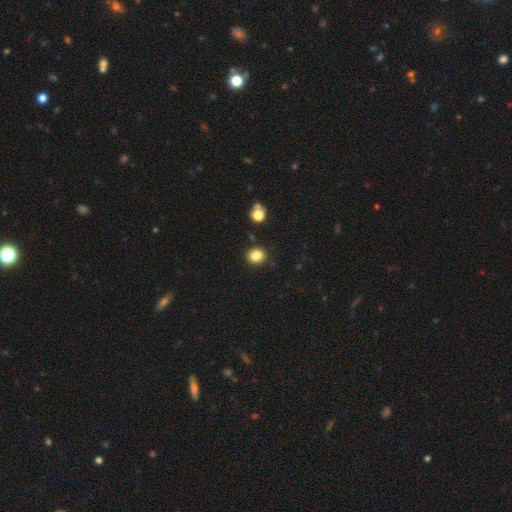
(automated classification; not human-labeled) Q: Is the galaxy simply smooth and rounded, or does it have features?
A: smooth — 85%.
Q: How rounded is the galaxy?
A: round — 74%.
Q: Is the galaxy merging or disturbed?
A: none — 86%.